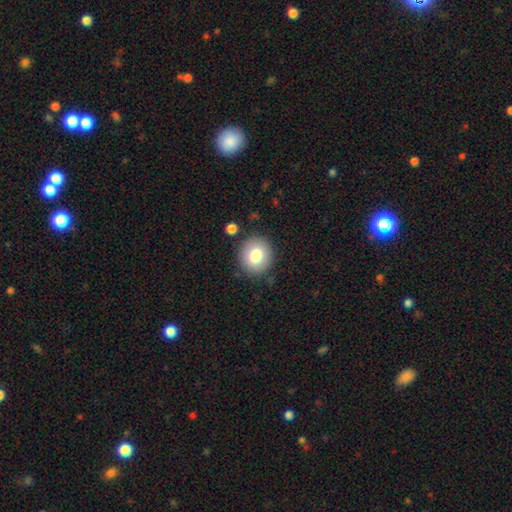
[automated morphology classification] type=smooth (79%); roundness=round (83%); merging=none (86%).